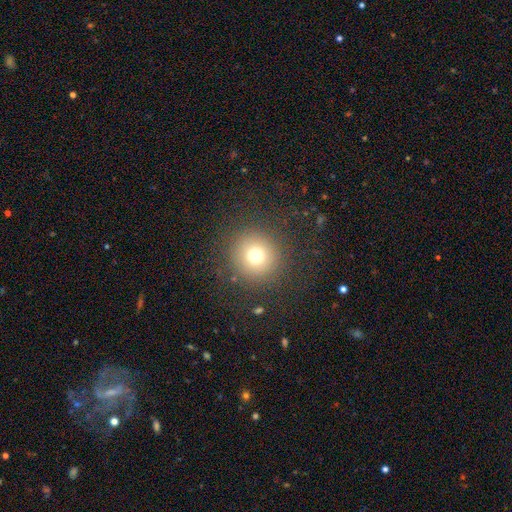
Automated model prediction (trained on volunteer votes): Smooth or featured: smooth — 73% (star or artifact — 17%)
How rounded: round — 94% (in between — 5%)
Merging: none — 88% (minor disturbance — 7%)